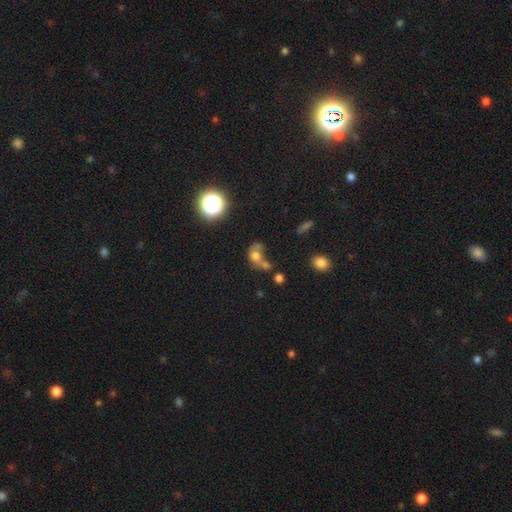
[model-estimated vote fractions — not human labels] Overall: smooth (61%; featured or disk 21%). How rounded: round (51%; in between 47%). Merging: merger (47%; none 23%).